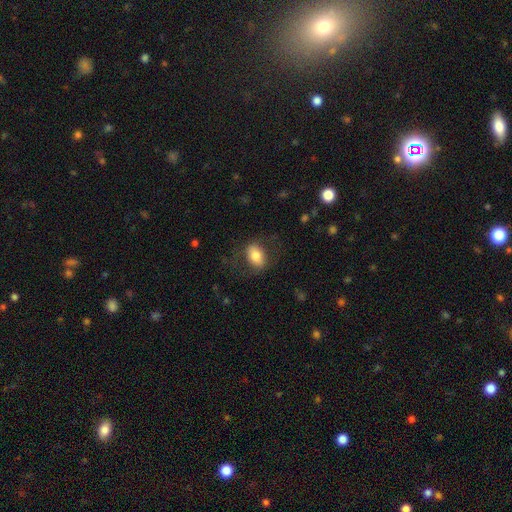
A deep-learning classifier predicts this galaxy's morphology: smooth_or_featured: smooth (p=0.73) [alt: featured or disk p=0.20]
how_rounded: in between (p=0.83) [alt: round p=0.15]
merging: none (p=0.73) [alt: minor disturbance p=0.15]